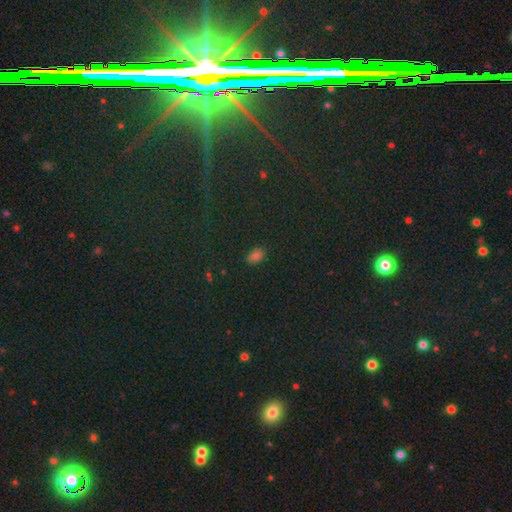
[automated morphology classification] smooth 66%, star or artifact 29%, featured or disk 5%. Down the decision tree: how rounded — in between (88%); merging — none (87%).